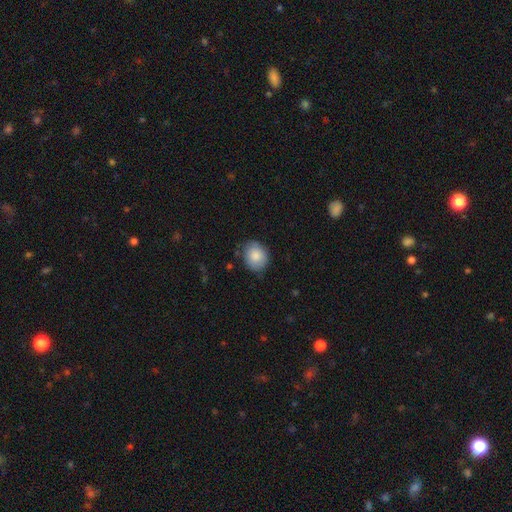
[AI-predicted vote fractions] Q: Smooth or featured?
A: smooth (85%); runner-up: featured or disk (8%)
Q: How rounded?
A: round (58%); runner-up: in between (41%)
Q: Merging?
A: none (78%); runner-up: minor disturbance (18%)